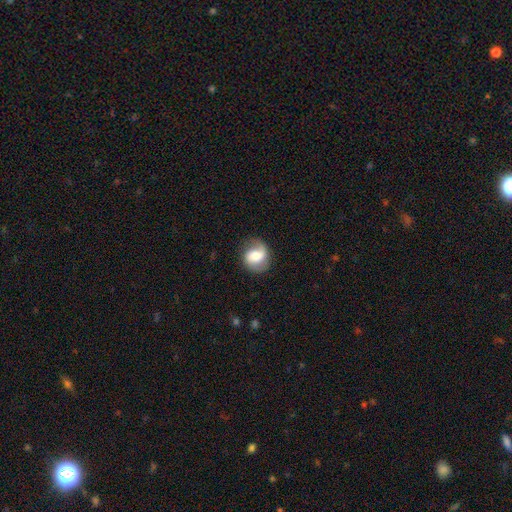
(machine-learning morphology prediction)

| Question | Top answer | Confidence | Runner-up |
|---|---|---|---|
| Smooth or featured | featured or disk | 52% | smooth (40%) |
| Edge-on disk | no | 97% | yes (3%) |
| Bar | no | 41% | weak (40%) |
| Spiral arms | yes | 87% | no (13%) |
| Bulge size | moderate | 47% | large (26%) |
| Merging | none | 73% | minor disturbance (18%) |